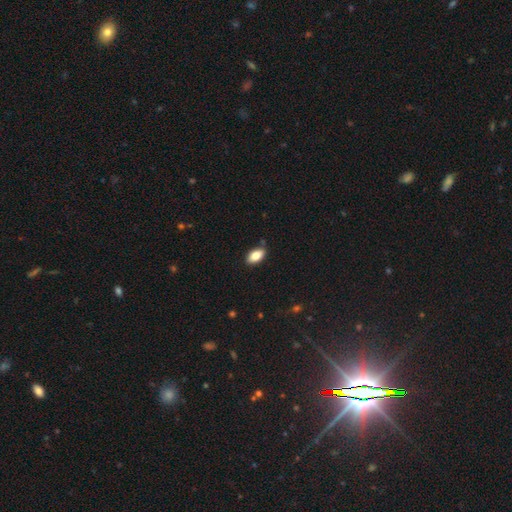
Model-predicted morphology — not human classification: Overall: smooth (82%). How rounded: in between (92%). Merging: none (86%).